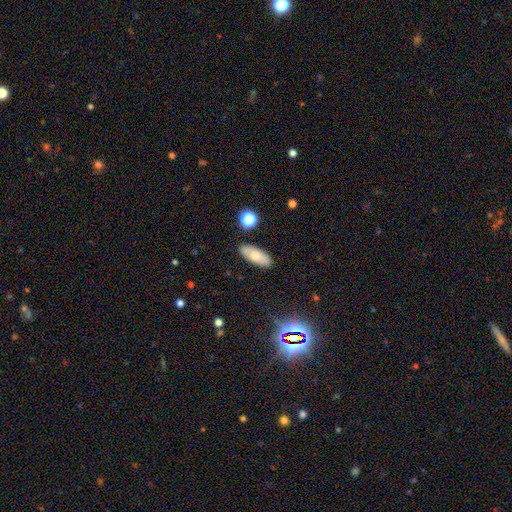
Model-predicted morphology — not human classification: Smooth or featured? smooth (72%)
How rounded? in between (80%)
Merging? none (86%)